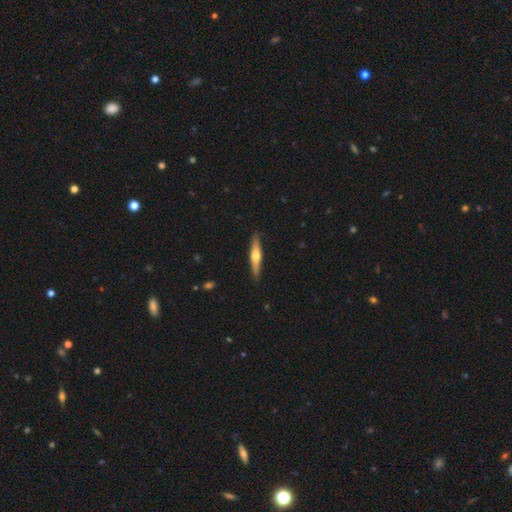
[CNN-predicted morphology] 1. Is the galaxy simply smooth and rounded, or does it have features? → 56% featured or disk, 39% smooth, 5% star or artifact.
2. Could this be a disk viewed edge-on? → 95% yes, 5% no.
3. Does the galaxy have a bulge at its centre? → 92% rounded, 5% none, 3% boxy.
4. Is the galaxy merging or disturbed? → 90% none, 8% minor disturbance, 1% major disturbance, 1% merger.